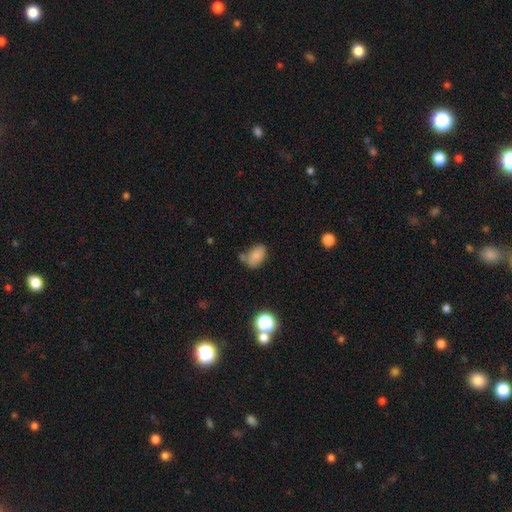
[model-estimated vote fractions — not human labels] Smooth or featured? Predicted: smooth (p=0.80). How rounded? Predicted: in between (p=0.87). Merging? Predicted: none (p=0.53).